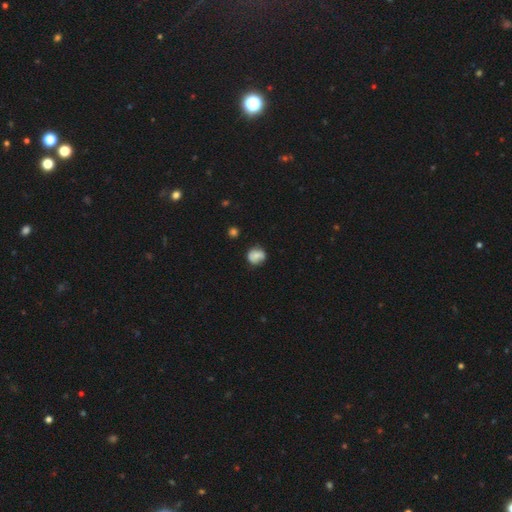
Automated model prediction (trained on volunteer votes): smooth_or_featured: smooth (p=0.67) [alt: featured or disk p=0.24]
how_rounded: round (p=0.75) [alt: in between p=0.24]
merging: none (p=0.66) [alt: minor disturbance p=0.24]